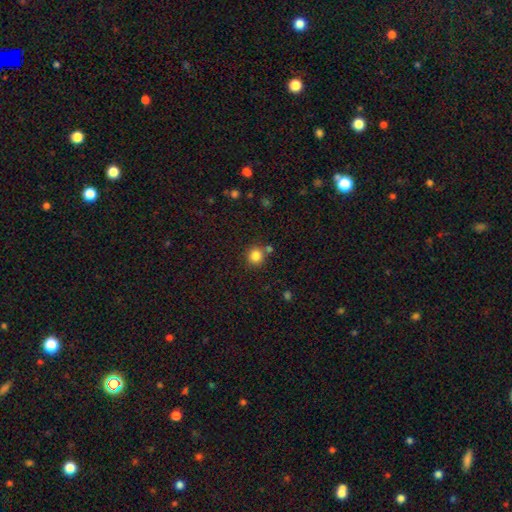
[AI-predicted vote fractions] The model was most divided on "merging": none: 77%, merger: 12%, minor disturbance: 9%, major disturbance: 3%. More confident: how rounded — round (91%); smooth or featured — smooth (83%).